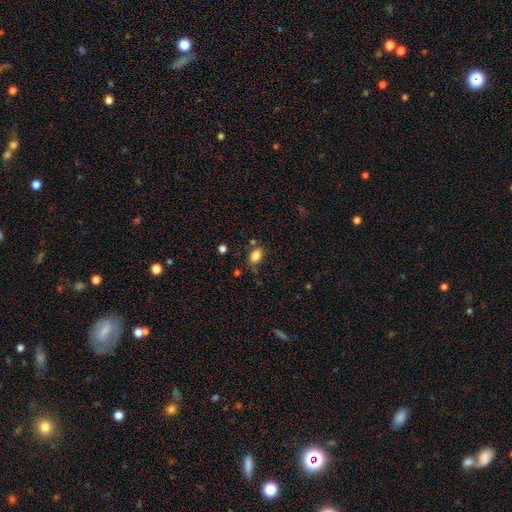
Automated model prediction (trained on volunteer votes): This appears to be a smooth galaxy with no disk features (85%) that is in between round and cigar-shaped (84%). Merging: none (74%).